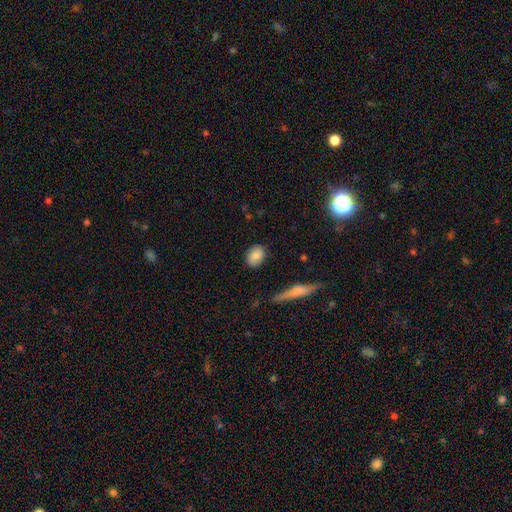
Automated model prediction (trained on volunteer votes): This is clearly a smooth galaxy (83%). How rounded: likely in between (68%). Merging: clearly none (85%).